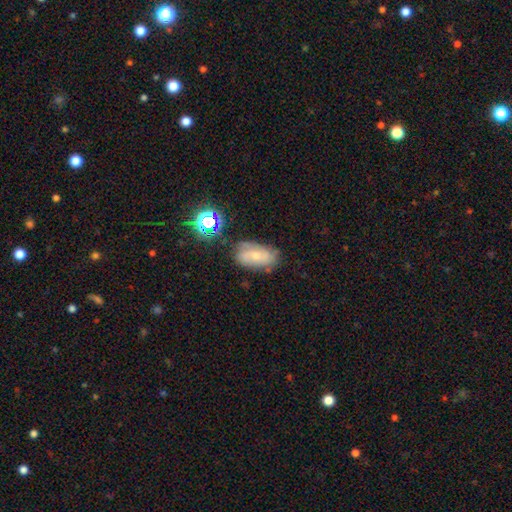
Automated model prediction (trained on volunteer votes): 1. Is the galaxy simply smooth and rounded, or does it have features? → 52% featured or disk, 35% smooth, 13% star or artifact.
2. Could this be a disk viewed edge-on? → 94% no, 6% yes.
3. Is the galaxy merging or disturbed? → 66% none, 23% minor disturbance, 7% major disturbance, 4% merger.